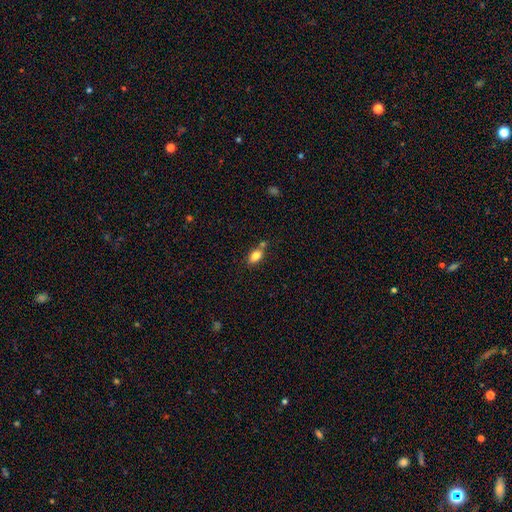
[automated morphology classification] Smooth or featured: smooth — 80% (featured or disk — 11%)
How rounded: in between — 86% (round — 9%)
Merging: none — 62% (merger — 19%)